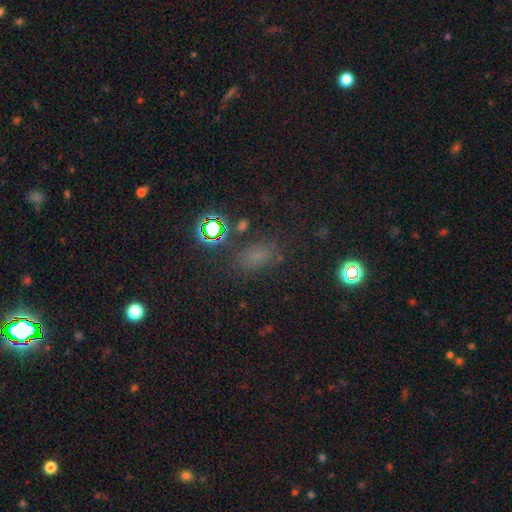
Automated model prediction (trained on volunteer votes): A smooth galaxy with no disk features (56%) that is in between round and cigar-shaped (71%). Merging: none (75%).